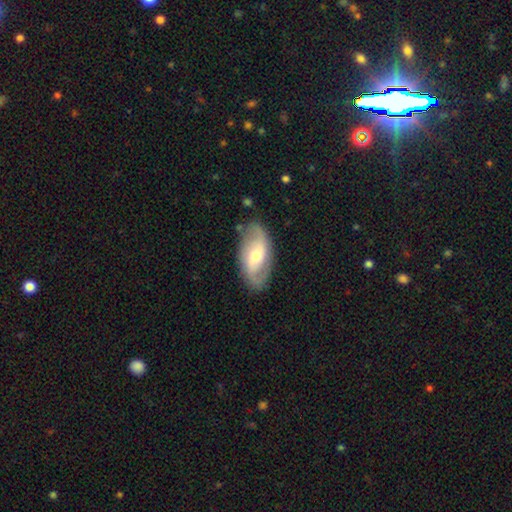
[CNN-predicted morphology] Smooth or featured: featured or disk — 69% (smooth — 25%)
Edge-on disk: no — 93% (yes — 7%)
Bar: weak — 44% (no — 36%)
Spiral arms: yes — 85% (no — 15%)
Spiral winding: loose — 44% (medium — 37%)
Spiral arm count: 2 — 86% (can't tell — 8%)
Bulge size: moderate — 59% (small — 33%)
Merging: none — 80% (minor disturbance — 14%)